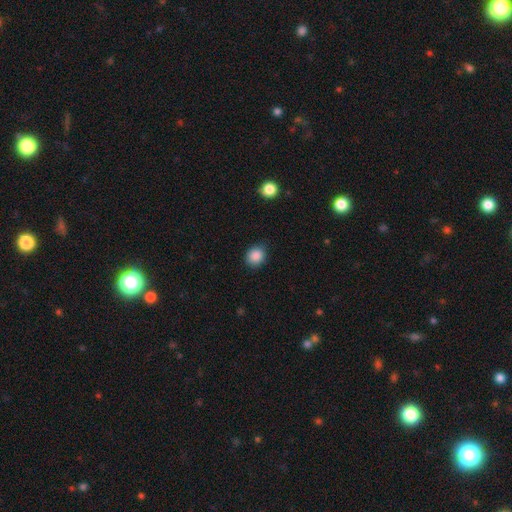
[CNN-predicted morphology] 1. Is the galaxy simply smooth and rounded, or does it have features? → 86% smooth, 9% star or artifact, 4% featured or disk.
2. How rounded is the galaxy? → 71% round, 28% in between, 1% cigar-shaped.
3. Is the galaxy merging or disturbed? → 82% none, 14% minor disturbance, 3% major disturbance, 1% merger.